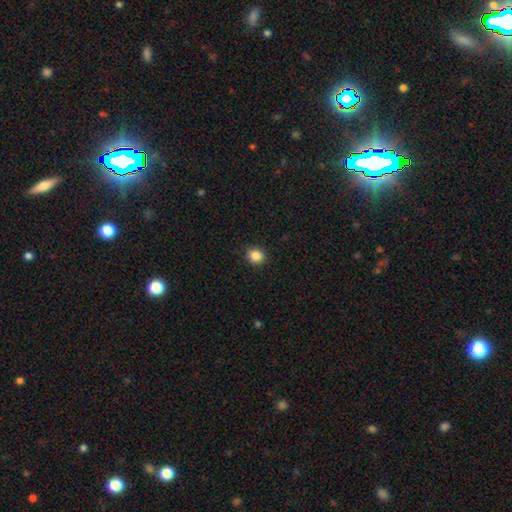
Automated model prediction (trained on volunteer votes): Overall: smooth (86%). How rounded: round (81%). Merging: none (89%).